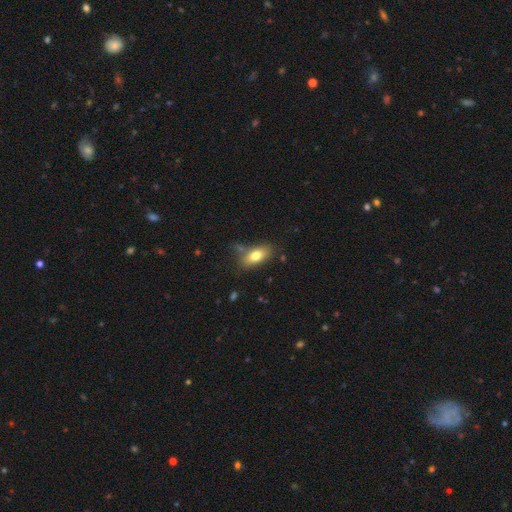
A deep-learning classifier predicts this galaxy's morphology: Smooth or featured? smooth (77%)
How rounded? in between (86%)
Merging? none (69%)